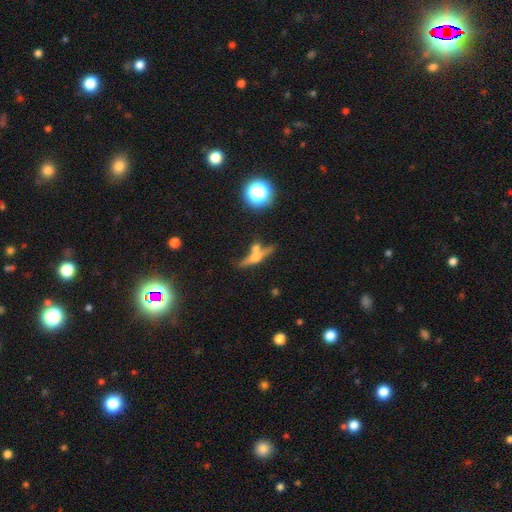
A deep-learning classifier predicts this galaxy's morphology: A featured or disk galaxy (65%) viewed edge-on (91%) with a rounded central bulge (90%).

Vote fractions:
- Smooth or featured? featured or disk: 65% / smooth: 24% / star or artifact: 11%
- Edge-on disk? yes: 91% / no: 9%
- Edge-on bulge? rounded: 90% / boxy: 5% / none: 5%
- Merging? none: 60% / merger: 23% / minor disturbance: 12% / major disturbance: 5%